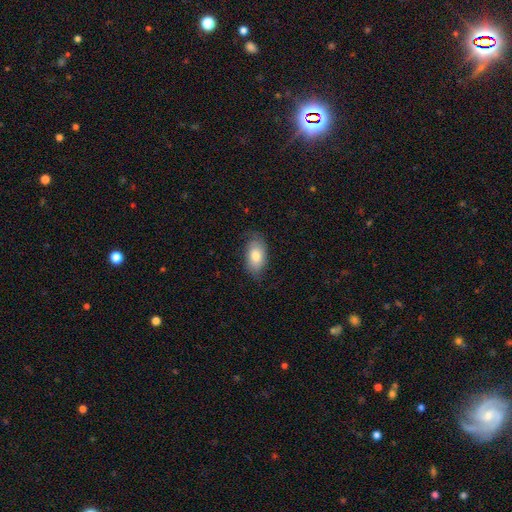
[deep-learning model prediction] Morphology: type=smooth (73%); roundness=in between (92%); merging=none (69%).